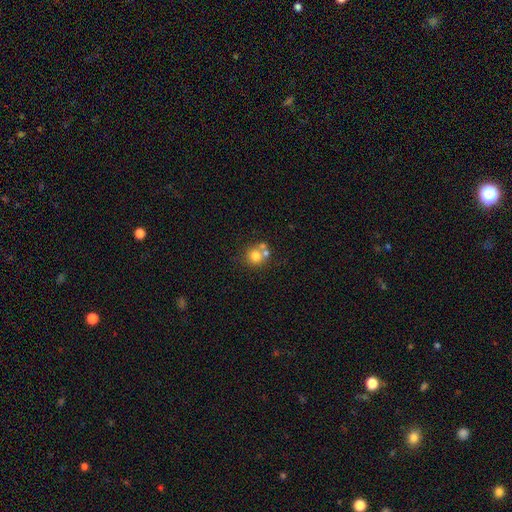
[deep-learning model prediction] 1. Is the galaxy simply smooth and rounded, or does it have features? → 72% smooth, 16% featured or disk, 12% star or artifact.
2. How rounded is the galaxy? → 86% round, 13% in between, 1% cigar-shaped.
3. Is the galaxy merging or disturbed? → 46% none, 41% merger, 8% minor disturbance, 4% major disturbance.